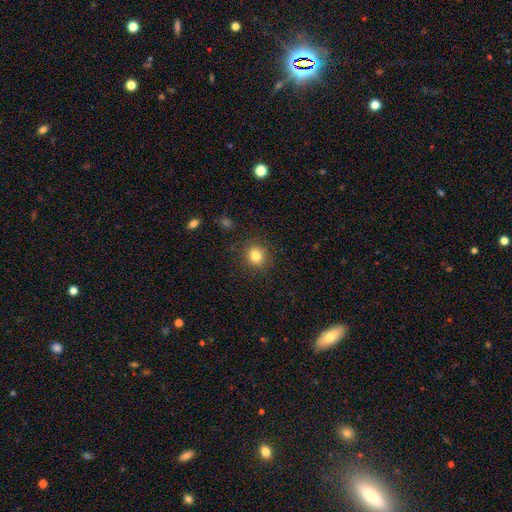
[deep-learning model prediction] smooth 82%, star or artifact 11%, featured or disk 7%. Down the decision tree: how rounded — round (85%); merging — none (89%).